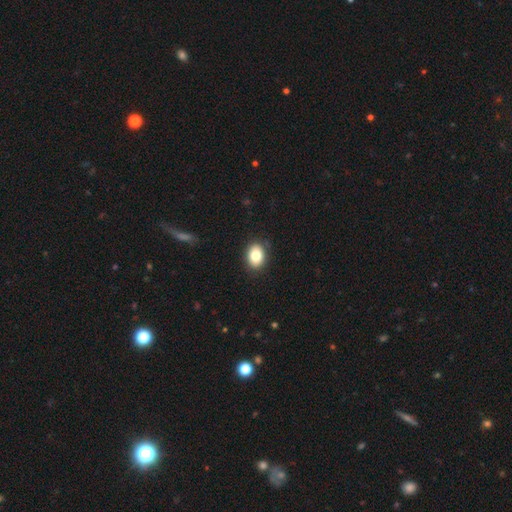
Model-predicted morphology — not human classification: Overall: smooth (81%). How rounded: in between (69%; round 30%). Merging: none (87%).